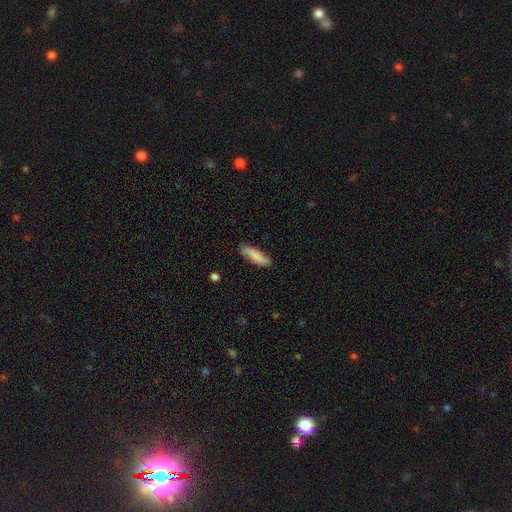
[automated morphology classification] Q: Smooth or featured?
A: smooth (84%); runner-up: featured or disk (10%)
Q: How rounded?
A: cigar-shaped (58%); runner-up: in between (40%)
Q: Merging?
A: none (82%); runner-up: minor disturbance (14%)